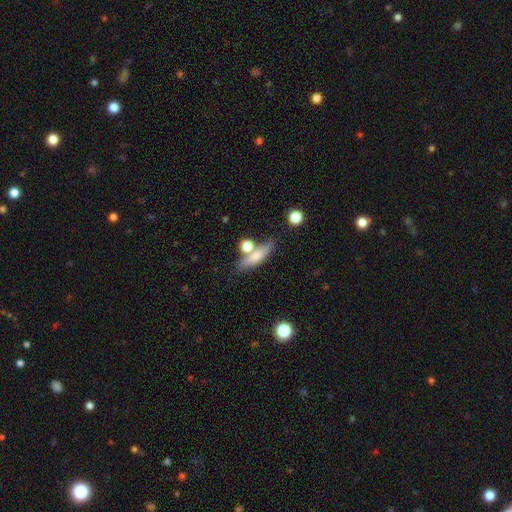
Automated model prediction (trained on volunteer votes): A smooth galaxy with no disk features (65%) that is cigar-shaped (56%).

Vote fractions:
- Smooth or featured? smooth: 65% / featured or disk: 27% / star or artifact: 8%
- How rounded? cigar-shaped: 56% / in between: 37% / round: 7%
- Merging? none: 58% / merger: 23% / minor disturbance: 13% / major disturbance: 5%